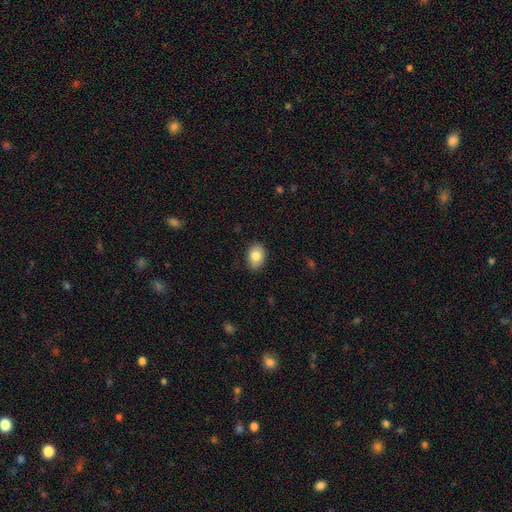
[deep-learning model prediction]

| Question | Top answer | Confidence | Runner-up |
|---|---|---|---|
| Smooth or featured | smooth | 83% | featured or disk (9%) |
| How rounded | in between | 77% | round (22%) |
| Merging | none | 86% | minor disturbance (11%) |